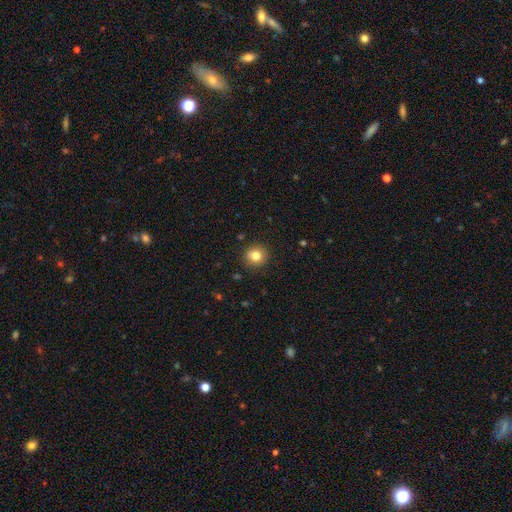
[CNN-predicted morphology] This is clearly a smooth galaxy (81%). How rounded: clearly round (92%). Merging: clearly none (91%).